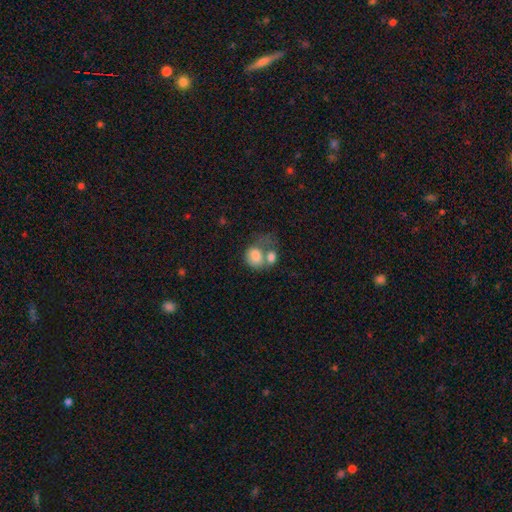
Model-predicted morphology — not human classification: A smooth galaxy with no disk features (76%) that is in between round and cigar-shaped (52%). Merging: merger (57%).